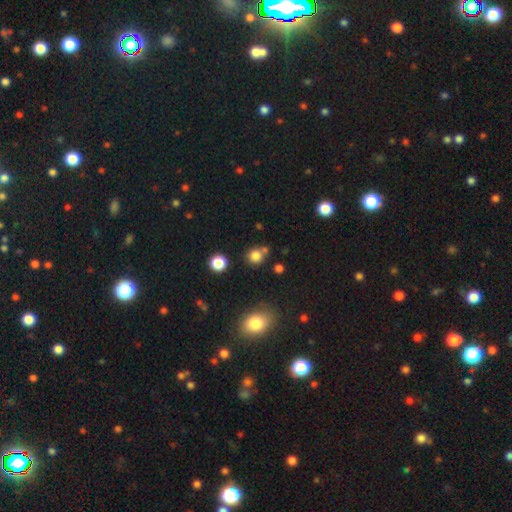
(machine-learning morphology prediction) Q: Smooth or featured?
A: smooth (79%); runner-up: star or artifact (15%)
Q: How rounded?
A: round (84%); runner-up: in between (15%)
Q: Merging?
A: none (67%); runner-up: merger (17%)